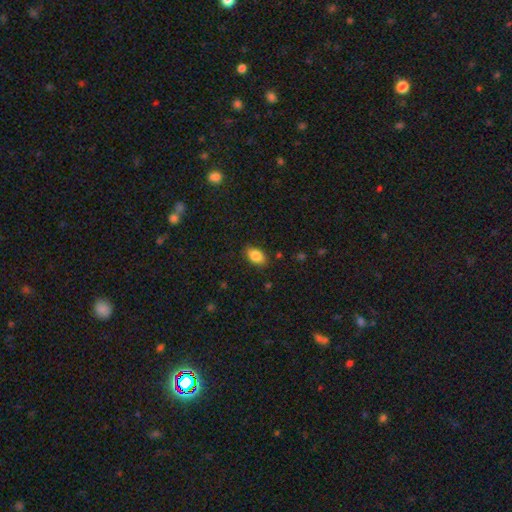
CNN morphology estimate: smooth 85%, star or artifact 8%, featured or disk 7%. Down the decision tree: how rounded — in between (89%); merging — none (85%).